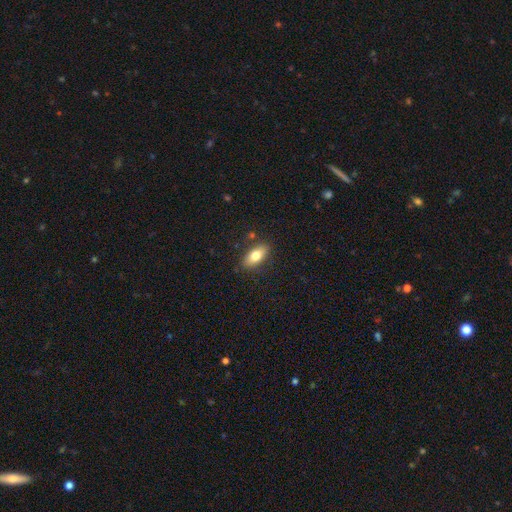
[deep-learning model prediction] Q: Smooth or featured?
A: smooth (75%); runner-up: featured or disk (18%)
Q: How rounded?
A: in between (85%); runner-up: cigar-shaped (11%)
Q: Merging?
A: none (85%); runner-up: minor disturbance (11%)